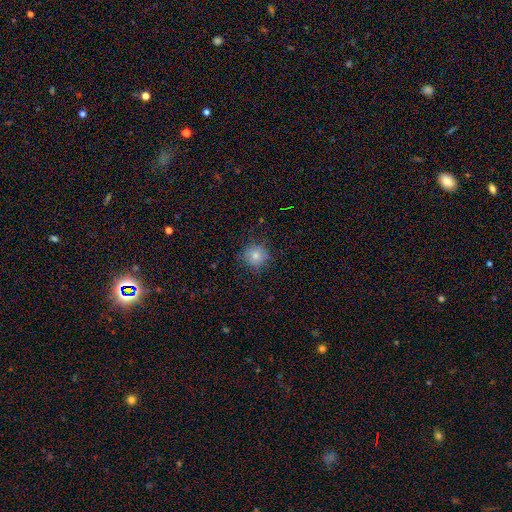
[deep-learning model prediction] Smooth or featured? Predicted: smooth (p=0.77). How rounded? Predicted: round (p=0.92). Merging? Predicted: none (p=0.82).